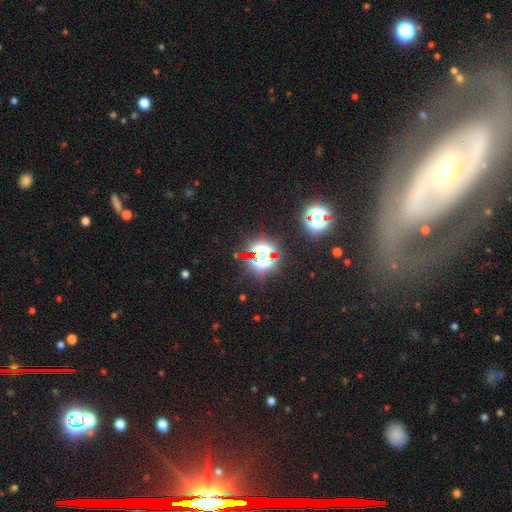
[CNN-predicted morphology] Smooth or featured? Predicted: star or artifact (p=0.70).